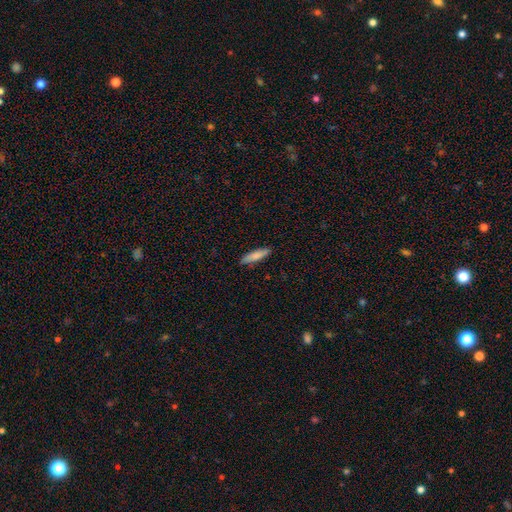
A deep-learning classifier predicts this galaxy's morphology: Smooth or featured: smooth — 83% (featured or disk — 11%)
How rounded: cigar-shaped — 72% (in between — 26%)
Merging: none — 88% (minor disturbance — 9%)